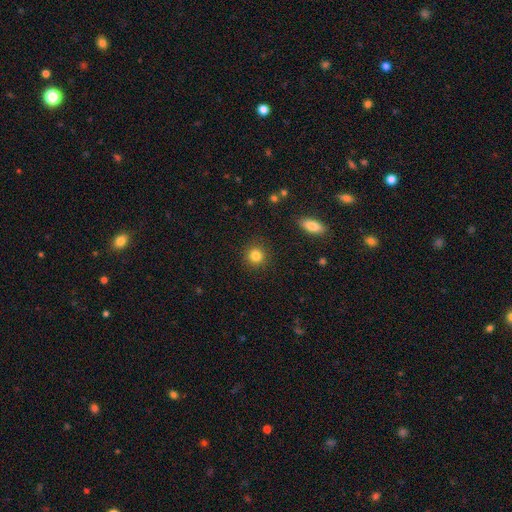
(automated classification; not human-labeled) Smooth or featured?
  - smooth: 84% *
  - star or artifact: 11%
  - featured or disk: 5%
How rounded?
  - round: 92% *
  - in between: 7%
  - cigar-shaped: 1%
Merging?
  - none: 90% *
  - minor disturbance: 6%
  - major disturbance: 2%
  - merger: 1%